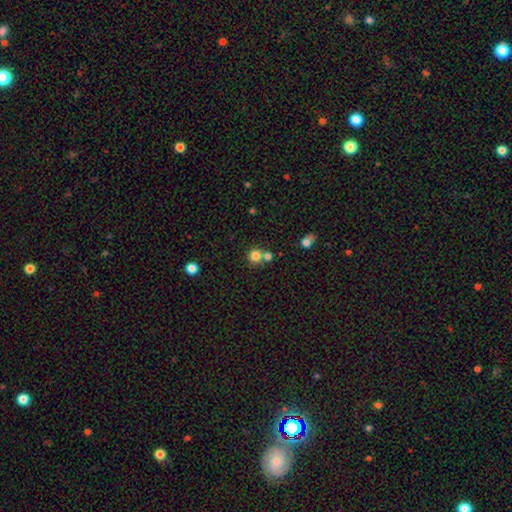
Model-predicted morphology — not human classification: A smooth galaxy with no disk features (80%) that is round (91%).

Vote fractions:
- Smooth or featured? smooth: 80% / star or artifact: 13% / featured or disk: 7%
- How rounded? round: 91% / in between: 8% / cigar-shaped: 1%
- Merging? none: 60% / merger: 30% / minor disturbance: 7% / major disturbance: 3%